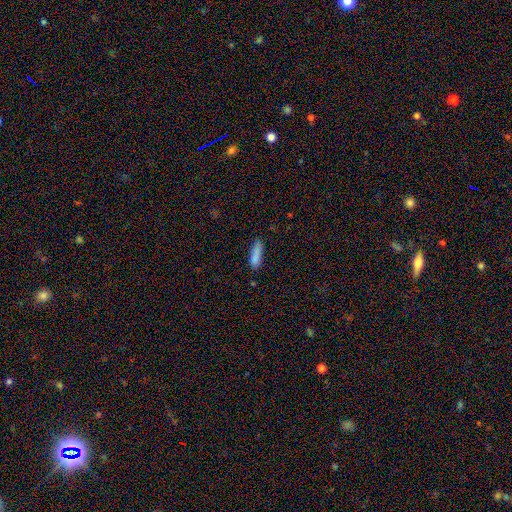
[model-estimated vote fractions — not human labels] Morphology: type=smooth (86%); roundness=cigar-shaped (52%); merging=none (73%).